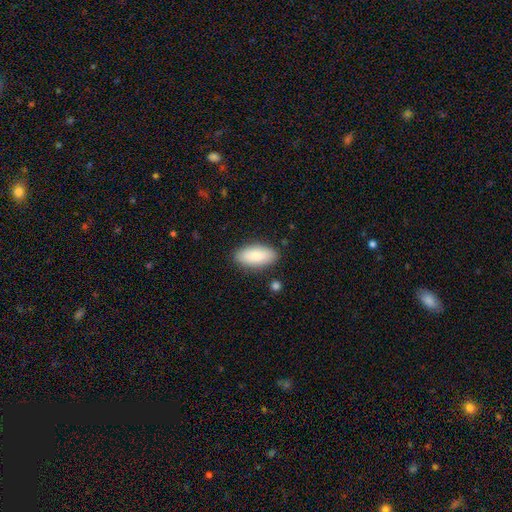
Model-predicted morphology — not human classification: smooth_or_featured: smooth (p=0.85) [alt: featured or disk p=0.09]
how_rounded: in between (p=0.89) [alt: cigar-shaped p=0.09]
merging: none (p=0.85) [alt: minor disturbance p=0.11]